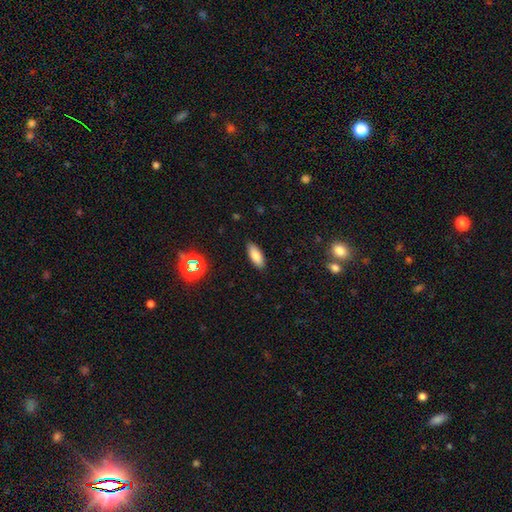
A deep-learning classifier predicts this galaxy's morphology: A smooth galaxy with no disk features (82%) that is in between round and cigar-shaped (80%).

Vote fractions:
- Smooth or featured? smooth: 82% / star or artifact: 10% / featured or disk: 9%
- How rounded? in between: 80% / cigar-shaped: 18% / round: 2%
- Merging? none: 88% / minor disturbance: 9% / major disturbance: 2% / merger: 1%